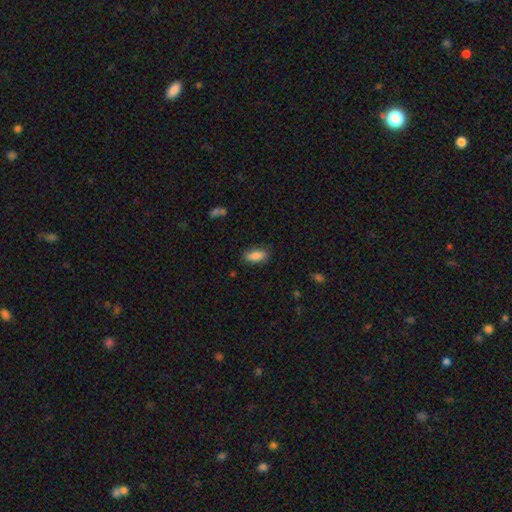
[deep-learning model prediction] This appears to be a smooth galaxy with no disk features (87%) that is in between round and cigar-shaped (85%). Merging: none (84%).